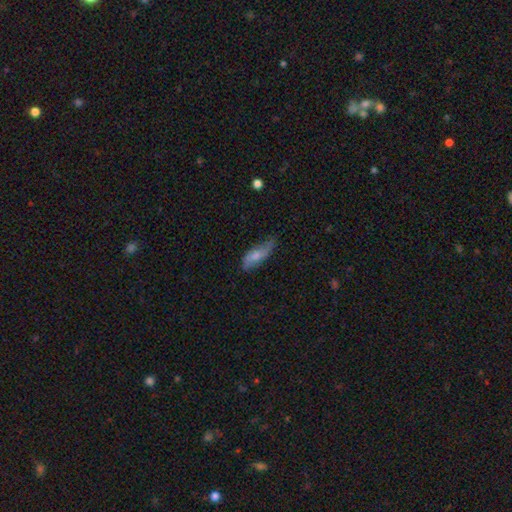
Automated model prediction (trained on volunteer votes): A smooth galaxy with no disk features (63%) that is in between round and cigar-shaped (74%).

Vote fractions:
- Smooth or featured? smooth: 63% / featured or disk: 31% / star or artifact: 6%
- How rounded? in between: 74% / cigar-shaped: 24% / round: 2%
- Merging? none: 50% / minor disturbance: 38% / major disturbance: 10% / merger: 2%